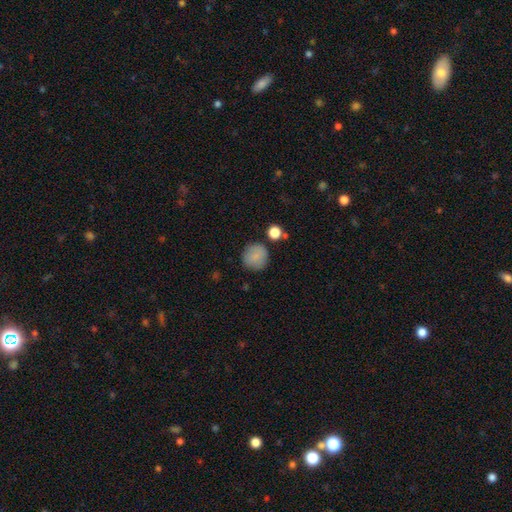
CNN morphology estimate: Smooth or featured: smooth — 86% (star or artifact — 9%)
How rounded: round — 92% (in between — 7%)
Merging: none — 83% (minor disturbance — 10%)